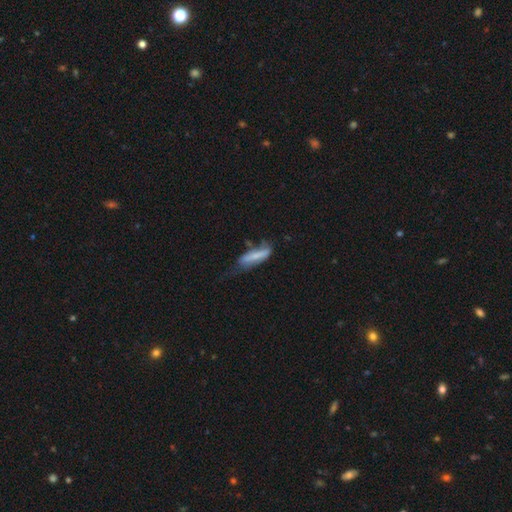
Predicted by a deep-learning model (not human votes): The model was most divided on "merging": minor disturbance: 34%, none: 32%, major disturbance: 29%, merger: 6%. More confident: smooth or featured — smooth (64%); how rounded — cigar-shaped (63%).